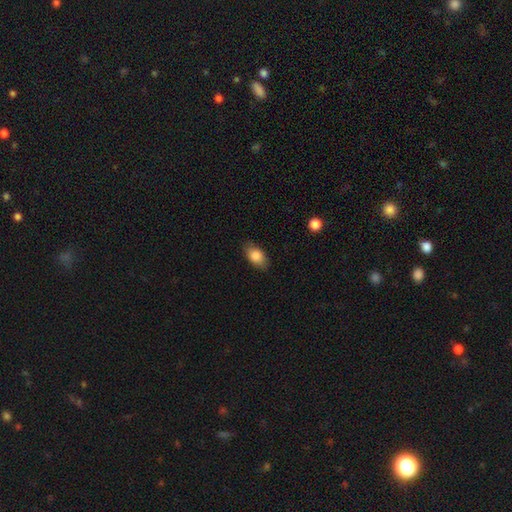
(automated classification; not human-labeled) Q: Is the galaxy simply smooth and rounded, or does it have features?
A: smooth — 84%.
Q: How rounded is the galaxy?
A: in between — 88%.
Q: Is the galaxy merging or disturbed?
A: none — 83%.